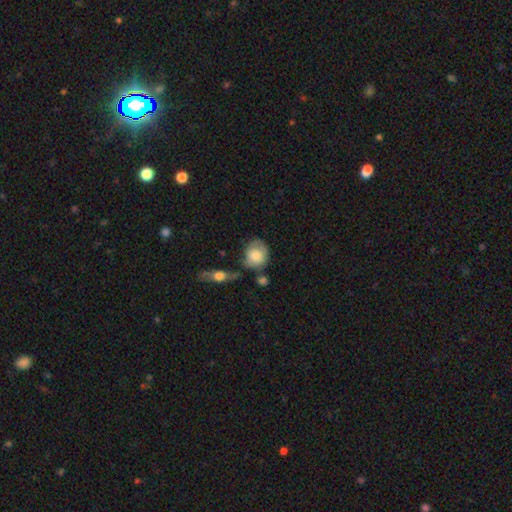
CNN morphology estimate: Overall: smooth (70%). How rounded: round (65%; in between 33%). Merging: none (47%; minor disturbance 27%).